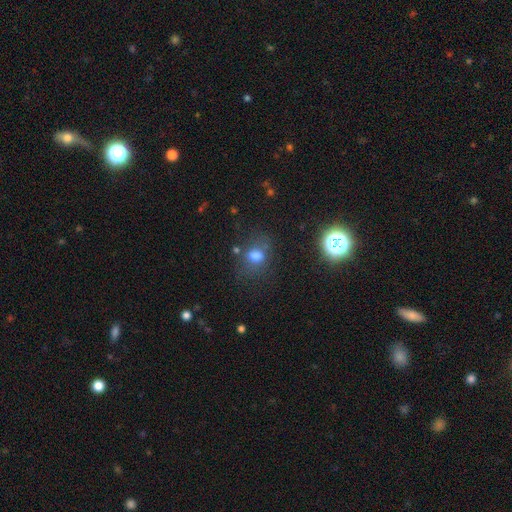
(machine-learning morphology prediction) Smooth or featured? smooth (68%)
How rounded? in between (57%)
Merging? none (61%)